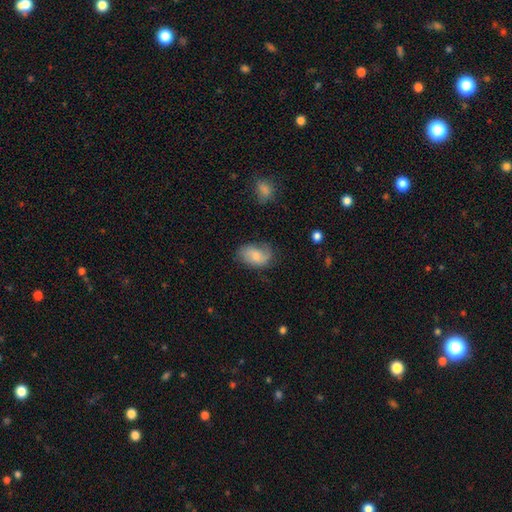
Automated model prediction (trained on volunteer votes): Q: Smooth or featured?
A: smooth (64%); runner-up: featured or disk (29%)
Q: How rounded?
A: in between (88%); runner-up: round (11%)
Q: Merging?
A: none (57%); runner-up: minor disturbance (29%)